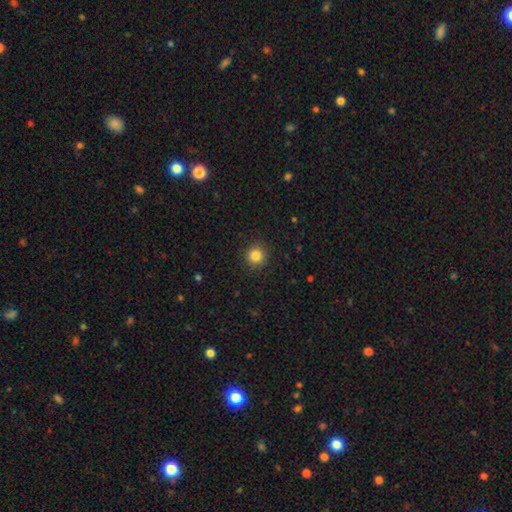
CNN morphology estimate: smooth_or_featured: smooth (p=0.84) [alt: star or artifact p=0.11]
how_rounded: round (p=0.94) [alt: in between p=0.05]
merging: none (p=0.92) [alt: minor disturbance p=0.05]